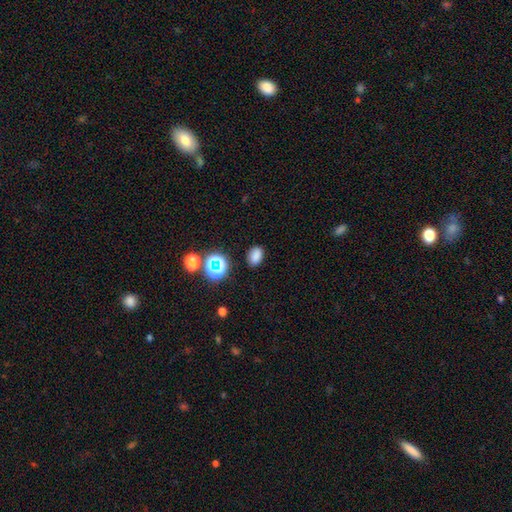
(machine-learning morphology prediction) Smooth or featured? smooth (79%)
How rounded? in between (77%)
Merging? none (85%)